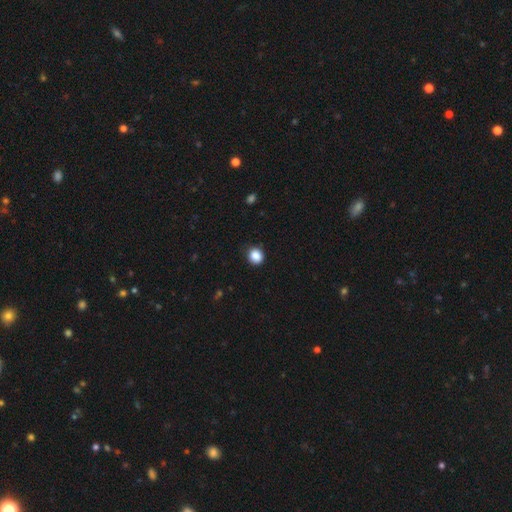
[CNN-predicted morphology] A smooth galaxy with no disk features (87%) that is round (81%).

Vote fractions:
- Smooth or featured? smooth: 87% / star or artifact: 10% / featured or disk: 3%
- How rounded? round: 81% / in between: 18% / cigar-shaped: 1%
- Merging? none: 87% / minor disturbance: 10% / major disturbance: 2% / merger: 1%